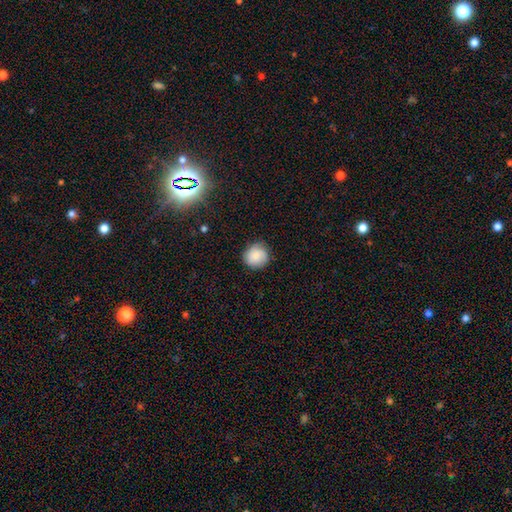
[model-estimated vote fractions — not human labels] Smooth or featured: smooth — 82% (featured or disk — 11%)
How rounded: round — 91% (in between — 8%)
Merging: none — 83% (minor disturbance — 13%)